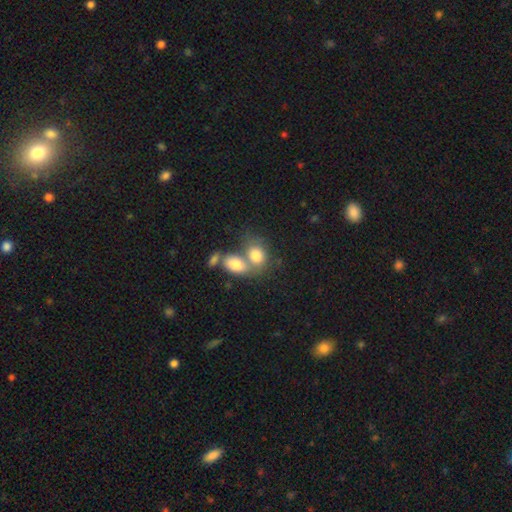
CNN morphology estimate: smooth 79%, featured or disk 13%, star or artifact 8%. Down the decision tree: how rounded — in between (68%); merging — merger (57%).